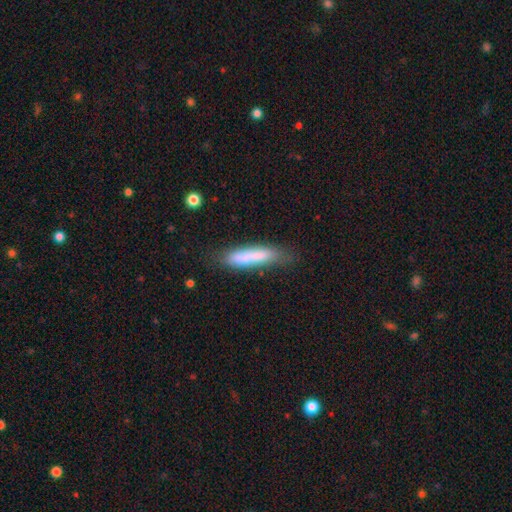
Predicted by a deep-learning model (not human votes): Q: Smooth or featured?
A: smooth (75%); runner-up: featured or disk (18%)
Q: How rounded?
A: cigar-shaped (76%); runner-up: in between (22%)
Q: Merging?
A: none (71%); runner-up: minor disturbance (18%)